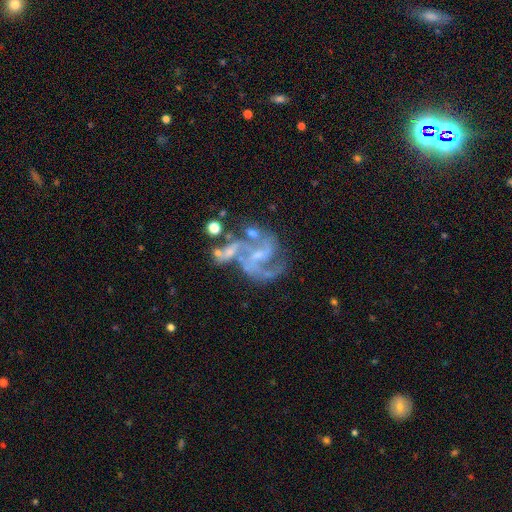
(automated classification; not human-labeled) A featured or disk galaxy (85%) with no bar (44%), 2 (37%) medium (51%) spiral arms (89%) and a small central bulge (51%).

Vote fractions:
- Smooth or featured? featured or disk: 85% / star or artifact: 9% / smooth: 7%
- Edge-on disk? no: 98% / yes: 2%
- Bar? no: 44% / weak: 41% / strong: 15%
- Spiral arms? yes: 89% / no: 11%
- Spiral winding? medium: 51% / loose: 31% / tight: 18%
- Spiral arm count? 2: 37% / 3: 32% / can't tell: 15% / 4: 7% / 1: 5% / more than 4: 4%
- Bulge size? small: 51% / none: 28% / moderate: 18% / large: 2% / dominant: 1%
- Merging? none: 39% / major disturbance: 27% / minor disturbance: 17% / merger: 16%